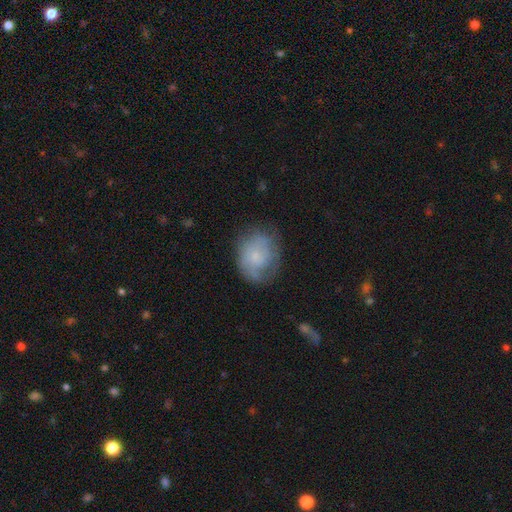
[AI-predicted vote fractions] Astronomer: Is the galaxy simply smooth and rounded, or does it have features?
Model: smooth — 54% (runner-up: featured or disk, 38%).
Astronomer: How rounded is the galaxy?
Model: round — 53% (runner-up: in between, 46%).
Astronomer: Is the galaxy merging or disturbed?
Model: none — 62%.